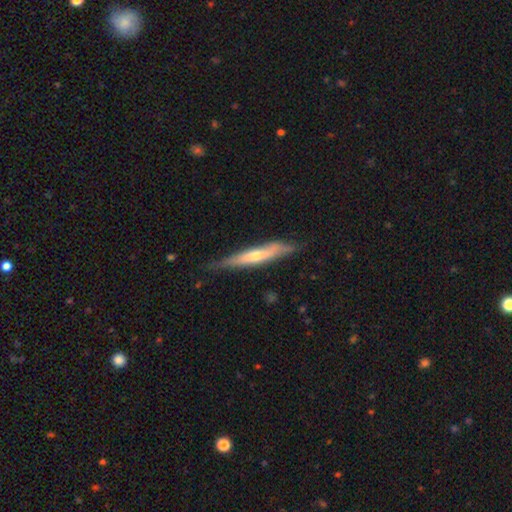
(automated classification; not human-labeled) smooth_or_featured: featured or disk (p=0.59) [alt: smooth p=0.35]
disk_edge_on: yes (p=0.90) [alt: no p=0.10]
edge_on_bulge: rounded (p=0.66) [alt: none p=0.26]
merging: none (p=0.72) [alt: minor disturbance p=0.23]